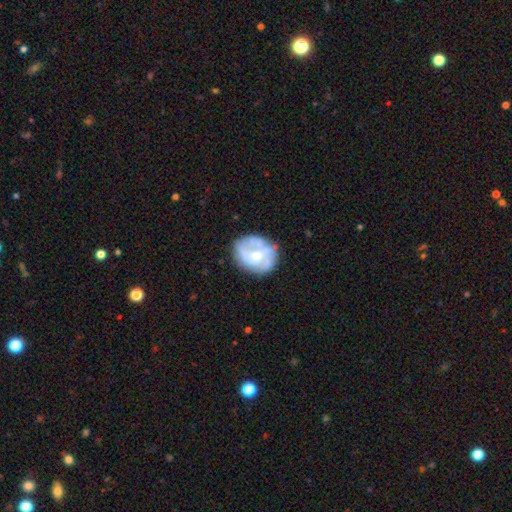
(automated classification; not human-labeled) Smooth or featured? featured or disk (63%)
Edge-on disk? no (98%)
Bar? no (66%)
Spiral arms? yes (51%)
Bulge size? moderate (47%)
Merging? none (62%)